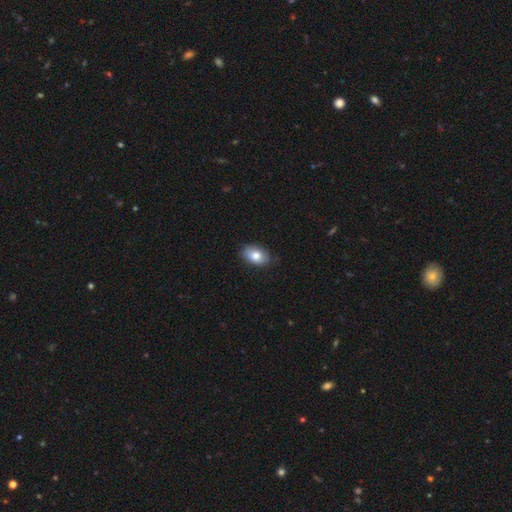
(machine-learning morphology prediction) Smooth or featured?
  - smooth: 81% *
  - featured or disk: 12%
  - star or artifact: 7%
How rounded?
  - in between: 88% *
  - round: 11%
  - cigar-shaped: 1%
Merging?
  - none: 83% *
  - minor disturbance: 14%
  - major disturbance: 2%
  - merger: 1%